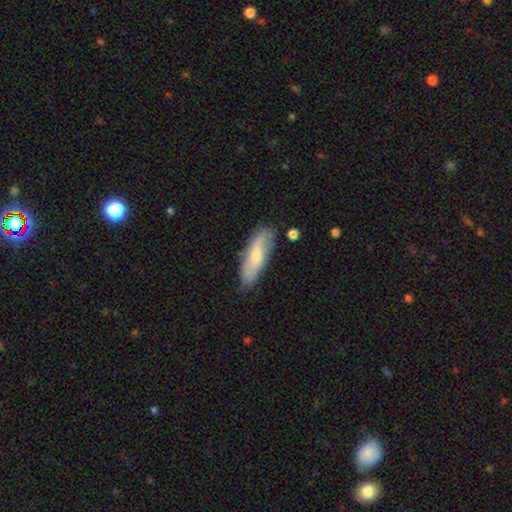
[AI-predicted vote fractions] A smooth galaxy with no disk features (61%) that is in between round and cigar-shaped (57%). Merging: none (71%).